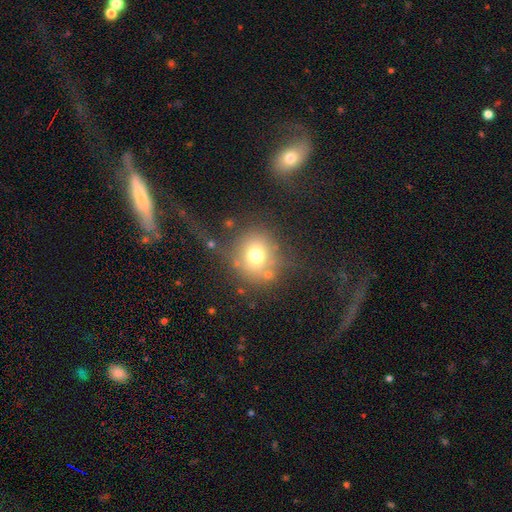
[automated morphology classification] smooth_or_featured: smooth (p=0.69) [alt: featured or disk p=0.16]
how_rounded: round (p=0.82) [alt: in between p=0.17]
merging: none (p=0.65) [alt: minor disturbance p=0.16]